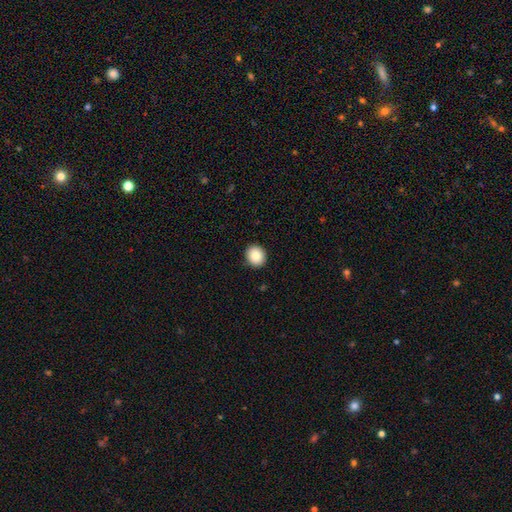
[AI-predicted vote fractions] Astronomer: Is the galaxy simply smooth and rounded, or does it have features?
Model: smooth — 86%.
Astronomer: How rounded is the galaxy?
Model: round — 77%.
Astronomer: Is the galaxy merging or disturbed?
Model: none — 92%.